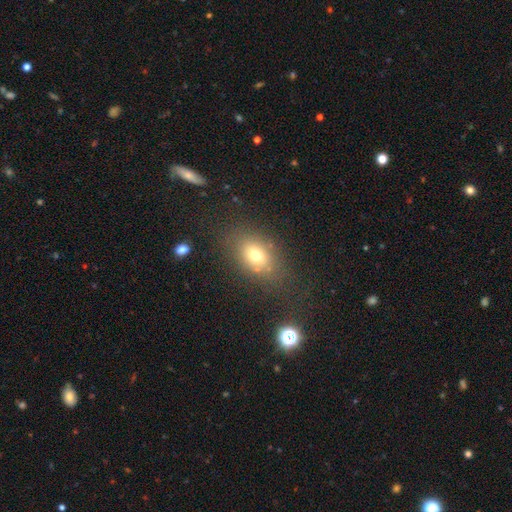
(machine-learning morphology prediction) This appears to be a smooth galaxy with no disk features (71%) that is in between round and cigar-shaped (72%). Merging: none (72%).